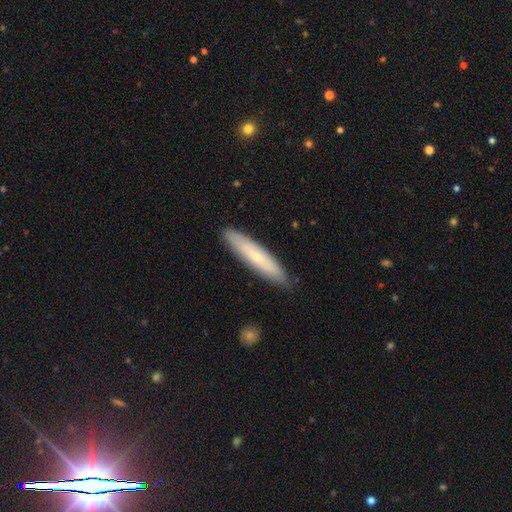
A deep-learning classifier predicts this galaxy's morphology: smooth-or-featured: smooth: 62% | featured or disk: 32% | star or artifact: 6%
  how-rounded: cigar-shaped: 87% | in between: 12% | round: 1%
  merging: none: 88% | minor disturbance: 10% | major disturbance: 2% | merger: 1%